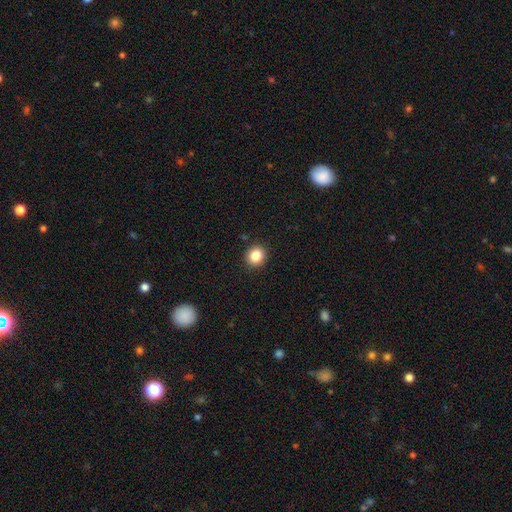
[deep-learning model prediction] The model was most divided on "how rounded": round: 81%, in between: 18%, cigar-shaped: 1%. More confident: merging — none (91%); smooth or featured — smooth (85%).